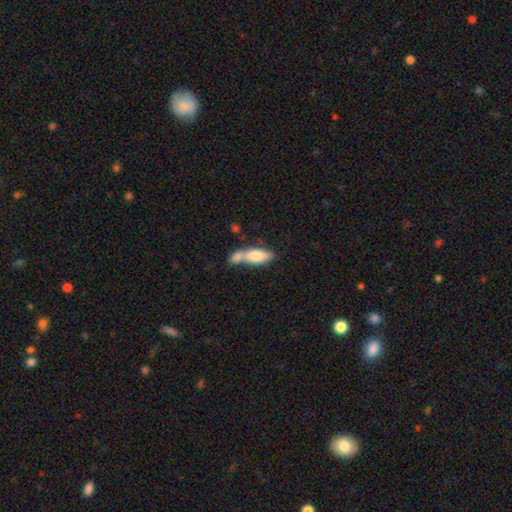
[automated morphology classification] Overall: smooth (73%). How rounded: in between (70%). Merging: merger (56%; none 26%).